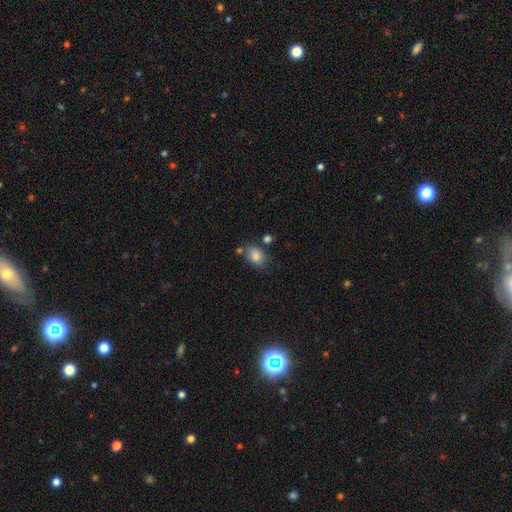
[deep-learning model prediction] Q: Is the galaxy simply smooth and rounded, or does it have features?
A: smooth — 84%.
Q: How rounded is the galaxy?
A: in between — 73%.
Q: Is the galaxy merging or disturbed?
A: none — 69%.